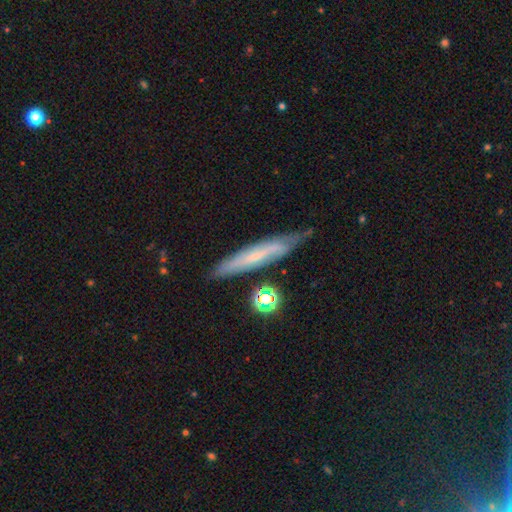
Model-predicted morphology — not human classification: Overall: featured or disk (53%; smooth 39%). Edge-on disk: yes (70%; no 30%). Merging: none (70%).